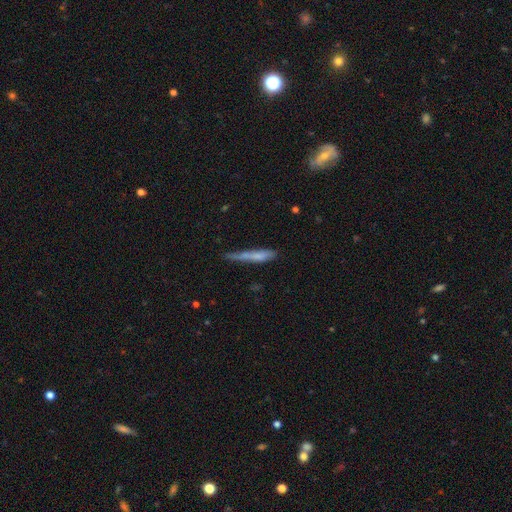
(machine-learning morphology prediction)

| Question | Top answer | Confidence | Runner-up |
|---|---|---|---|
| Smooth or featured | smooth | 64% | featured or disk (29%) |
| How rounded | cigar-shaped | 93% | in between (6%) |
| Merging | none | 55% | minor disturbance (30%) |